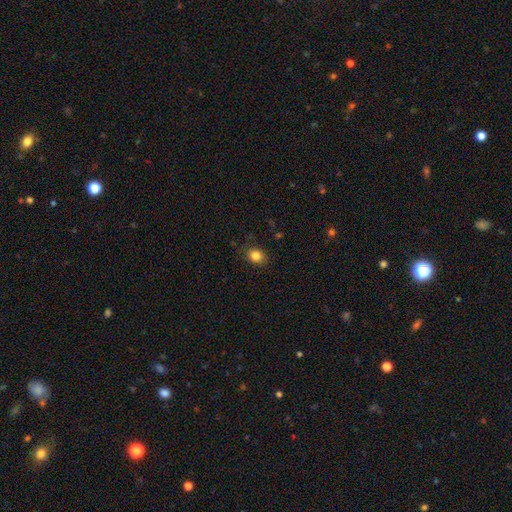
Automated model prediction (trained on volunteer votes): Smooth or featured?
  - smooth: 84% *
  - star or artifact: 11%
  - featured or disk: 5%
How rounded?
  - round: 59% *
  - in between: 40%
  - cigar-shaped: 1%
Merging?
  - none: 86% *
  - minor disturbance: 11%
  - major disturbance: 3%
  - merger: 1%